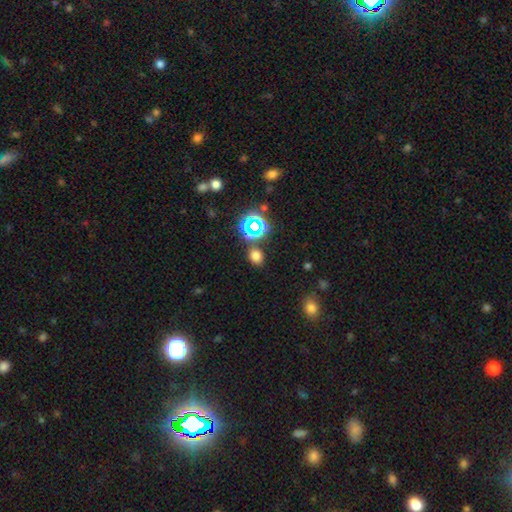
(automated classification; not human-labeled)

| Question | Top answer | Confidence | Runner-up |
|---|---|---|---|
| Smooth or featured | smooth | 69% | star or artifact (25%) |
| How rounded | round | 54% | in between (45%) |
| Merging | none | 81% | minor disturbance (10%) |